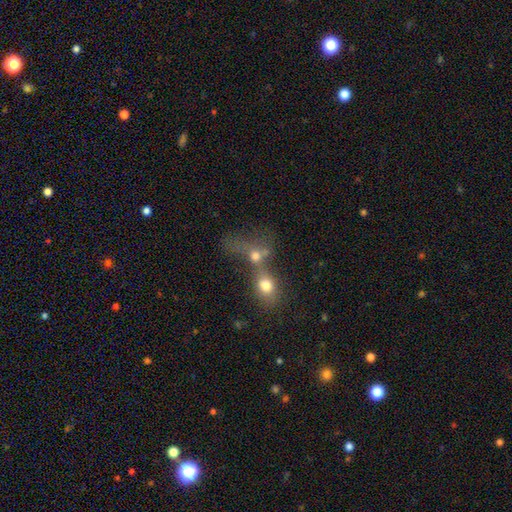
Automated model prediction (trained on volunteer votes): A smooth galaxy with no disk features (66%) that is round (56%). Merging: merger (71%).